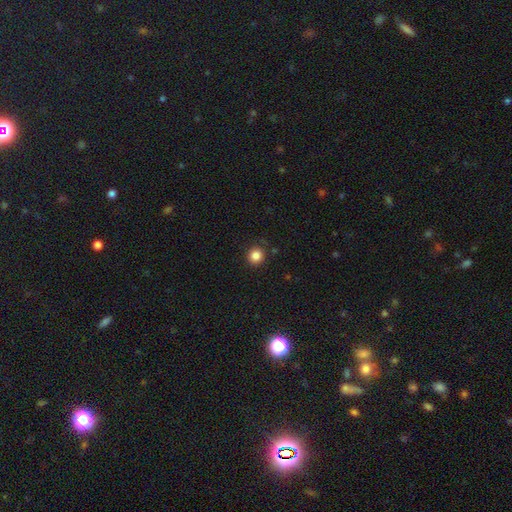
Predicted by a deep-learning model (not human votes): This appears to be a smooth galaxy with no disk features (84%) that is round (92%). Merging: none (90%).